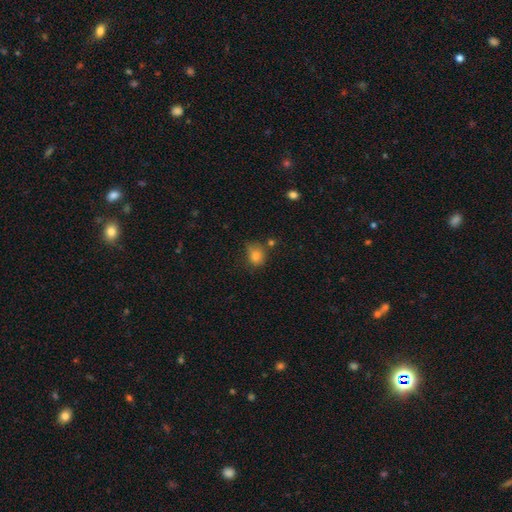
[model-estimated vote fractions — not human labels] This is likely a smooth galaxy (80%). How rounded: possibly round (58%). Merging: possibly none (55%).